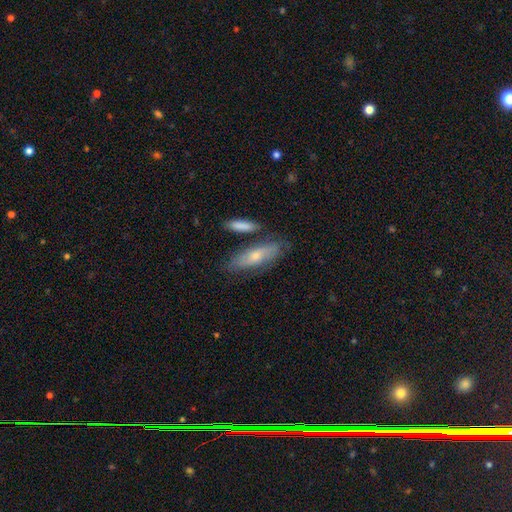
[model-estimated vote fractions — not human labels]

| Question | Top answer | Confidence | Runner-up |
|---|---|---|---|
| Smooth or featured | smooth | 53% | featured or disk (40%) |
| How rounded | in between | 56% | cigar-shaped (41%) |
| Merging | none | 70% | minor disturbance (16%) |